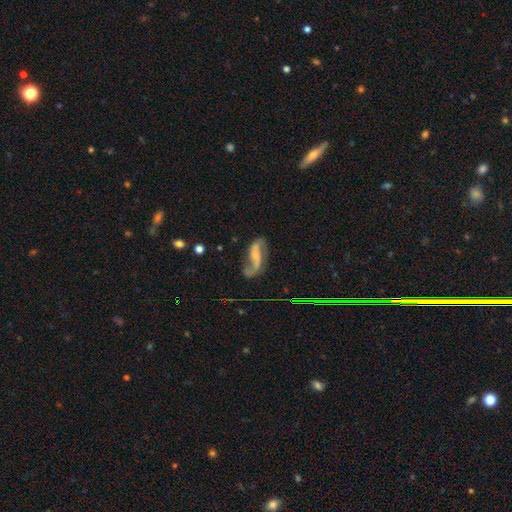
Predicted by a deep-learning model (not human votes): Smooth or featured? Predicted: featured or disk (p=0.78). Edge-on disk? Predicted: no (p=0.93). Bar? Predicted: weak (p=0.39). Spiral arms? Predicted: yes (p=0.91). Spiral winding? Predicted: loose (p=0.70). Spiral arm count? Predicted: 2 (p=0.83). Bulge size? Predicted: small (p=0.38). Merging? Predicted: none (p=0.54).